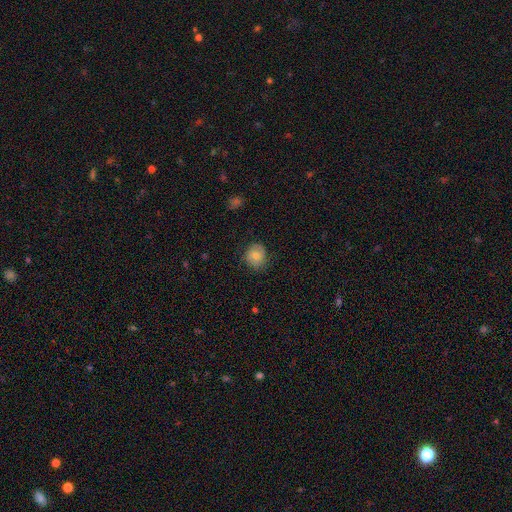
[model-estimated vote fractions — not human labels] smooth_or_featured: smooth (p=0.75) [alt: featured or disk p=0.16]
how_rounded: round (p=0.83) [alt: in between p=0.17]
merging: none (p=0.77) [alt: minor disturbance p=0.17]